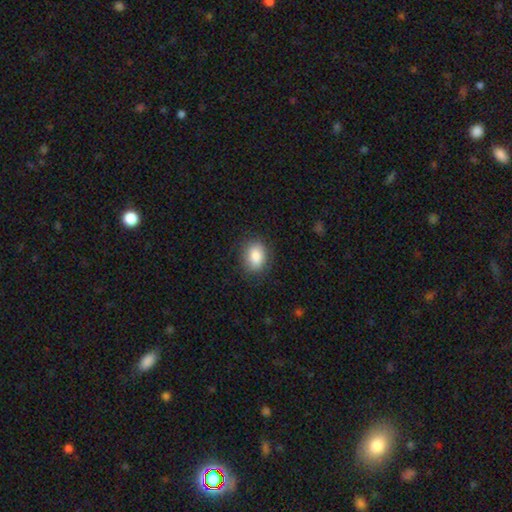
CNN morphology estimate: smooth_or_featured: smooth (p=0.85) [alt: star or artifact p=0.08]
how_rounded: in between (p=0.69) [alt: round p=0.30]
merging: none (p=0.83) [alt: minor disturbance p=0.13]